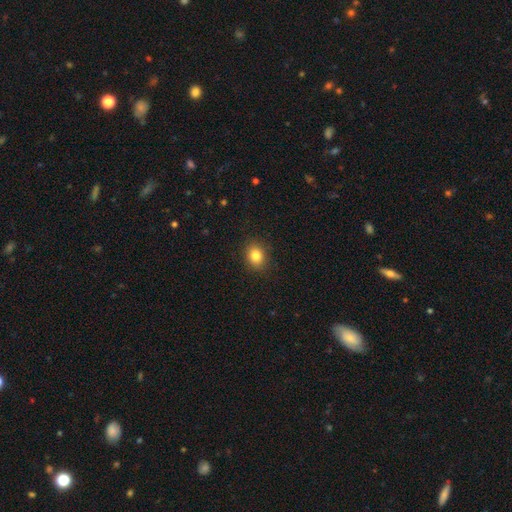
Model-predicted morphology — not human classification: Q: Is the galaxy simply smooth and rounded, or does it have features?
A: smooth — 83%.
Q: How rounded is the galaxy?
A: round — 58%.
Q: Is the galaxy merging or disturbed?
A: none — 89%.